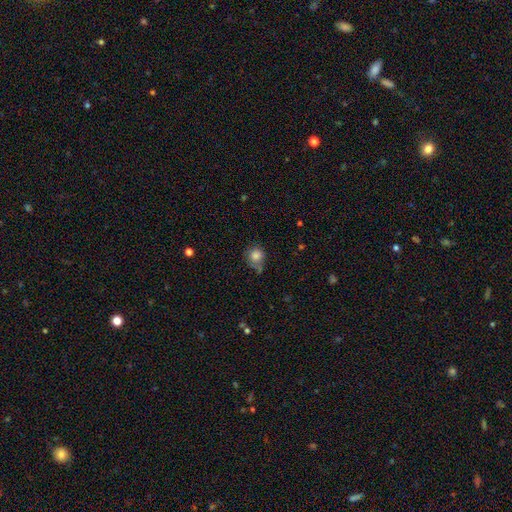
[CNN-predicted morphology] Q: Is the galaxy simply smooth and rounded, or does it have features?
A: smooth — 81%.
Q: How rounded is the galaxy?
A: round — 80%.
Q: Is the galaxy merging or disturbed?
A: none — 52%.